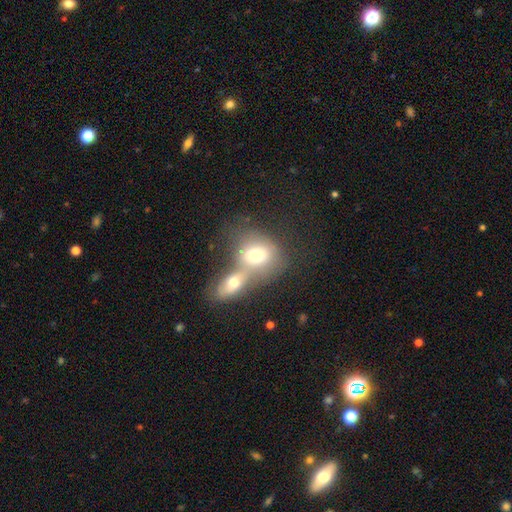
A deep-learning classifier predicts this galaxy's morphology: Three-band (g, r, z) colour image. It shows a smooth galaxy with no disk features (66%) that is in between round and cigar-shaped (58%). Merging: merger (67%).